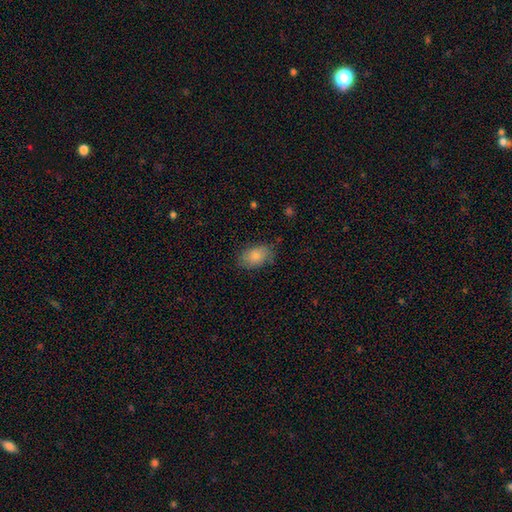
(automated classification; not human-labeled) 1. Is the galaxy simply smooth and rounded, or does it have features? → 81% smooth, 12% featured or disk, 7% star or artifact.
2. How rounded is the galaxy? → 87% in between, 12% round, 1% cigar-shaped.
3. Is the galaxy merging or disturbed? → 76% none, 19% minor disturbance, 4% major disturbance, 1% merger.